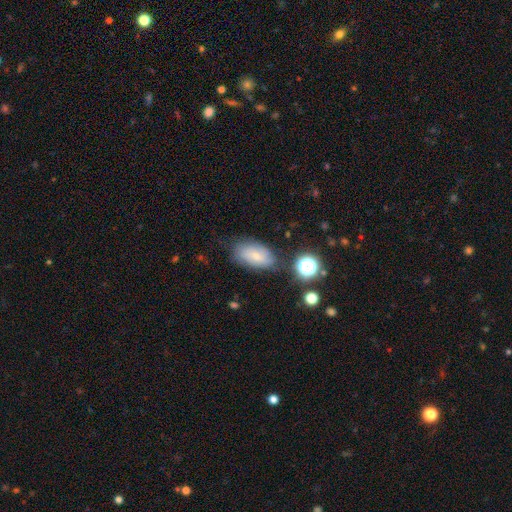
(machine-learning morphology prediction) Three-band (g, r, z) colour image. It shows a smooth galaxy with no disk features (60%) that is in between round and cigar-shaped (90%). Merging: none (69%).